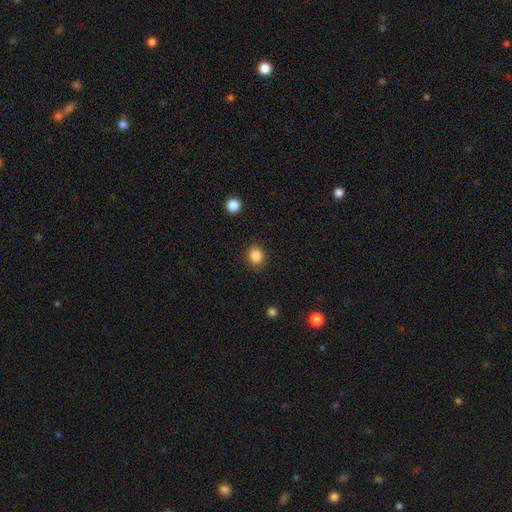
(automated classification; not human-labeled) Morphology: type=smooth (86%); roundness=round (71%); merging=none (87%).